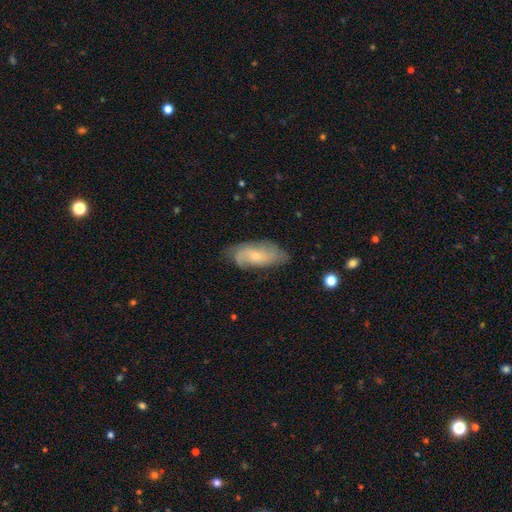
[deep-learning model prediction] featured or disk 67%, smooth 26%, star or artifact 7%. Down the decision tree: edge-on disk — no (92%); bar — no (65%); spiral arms — yes (91%); spiral arm count — 2 (51%); spiral winding — medium (43%); bulge size — small (68%); merging — none (70%).